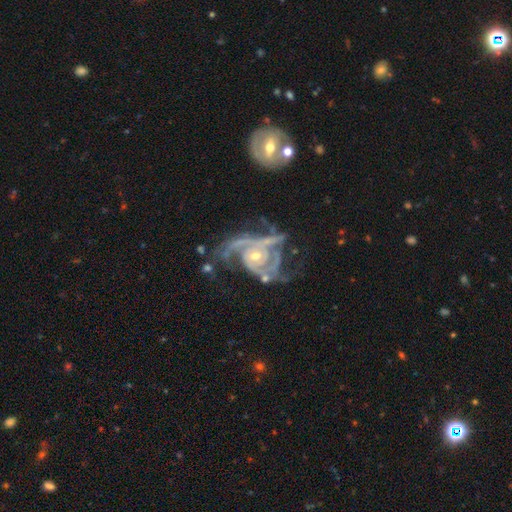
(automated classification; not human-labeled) Q: Smooth or featured?
A: featured or disk (91%); runner-up: star or artifact (6%)
Q: Edge-on disk?
A: no (97%); runner-up: yes (3%)
Q: Bar?
A: no (68%); runner-up: weak (23%)
Q: Spiral arms?
A: yes (97%); runner-up: no (3%)
Q: Spiral winding?
A: tight (44%); runner-up: medium (43%)
Q: Spiral arm count?
A: 2 (42%); runner-up: 3 (27%)
Q: Bulge size?
A: small (53%); runner-up: moderate (43%)
Q: Merging?
A: none (38%); runner-up: major disturbance (32%)